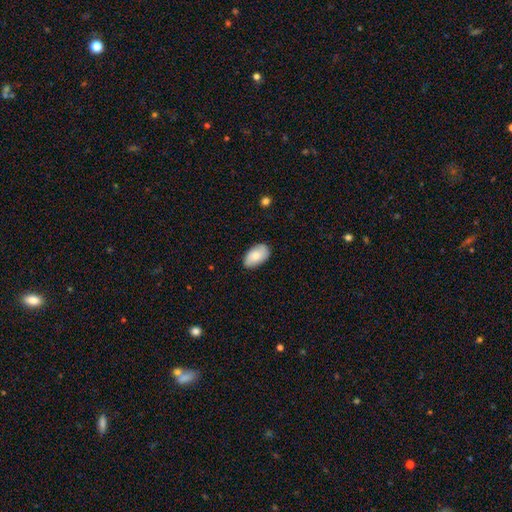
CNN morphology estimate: smooth_or_featured: smooth (p=0.76) [alt: featured or disk p=0.17]
how_rounded: in between (p=0.94) [alt: round p=0.04]
merging: none (p=0.82) [alt: minor disturbance p=0.14]